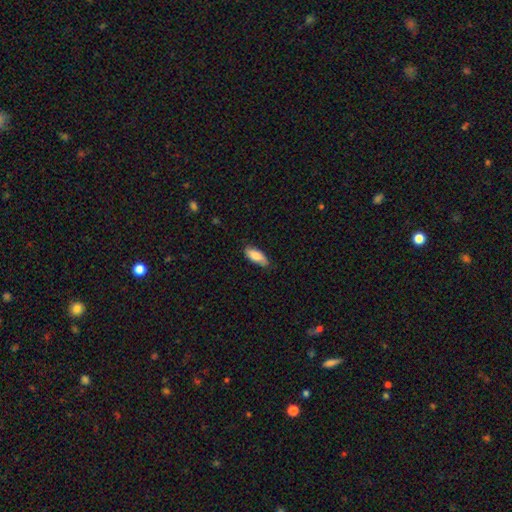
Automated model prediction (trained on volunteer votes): This appears to be a smooth galaxy with no disk features (82%) that is in between round and cigar-shaped (79%). Merging: none (75%).